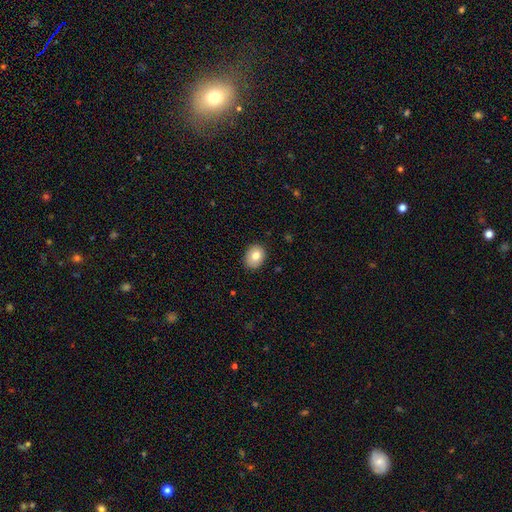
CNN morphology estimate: This appears to be a smooth galaxy with no disk features (78%) that is in between round and cigar-shaped (55%). Merging: none (87%).